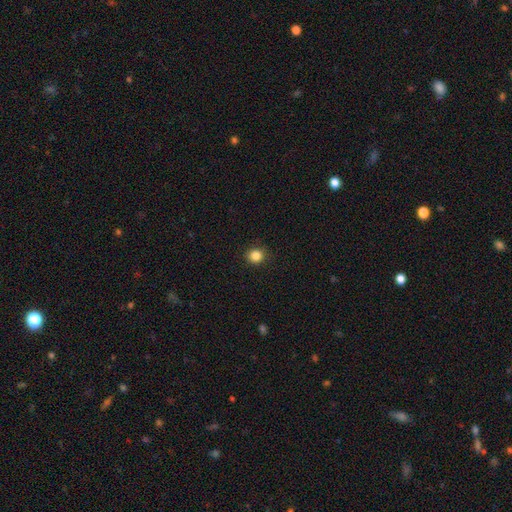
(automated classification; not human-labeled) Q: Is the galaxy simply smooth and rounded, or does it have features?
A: smooth — 85%.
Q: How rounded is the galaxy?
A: round — 87%.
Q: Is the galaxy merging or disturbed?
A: none — 90%.